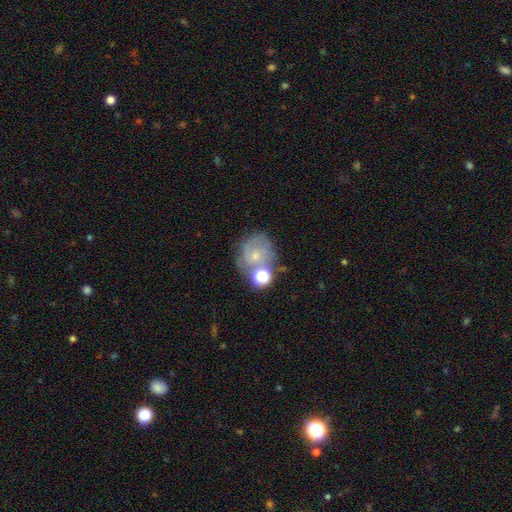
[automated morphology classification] This is possibly a featured or disk galaxy (48%). Merging: possibly none (46%).